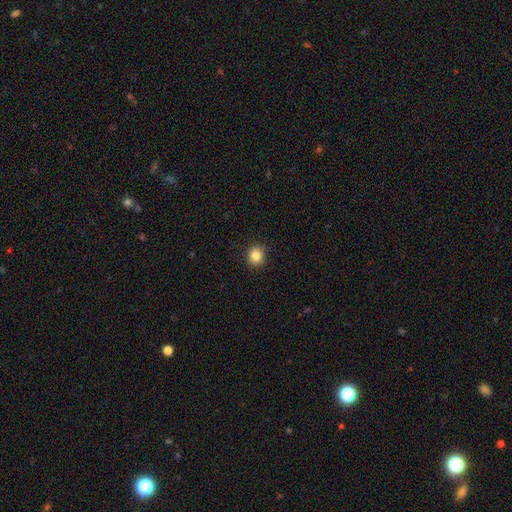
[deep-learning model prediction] Overall: smooth (84%). How rounded: round (88%). Merging: none (90%).